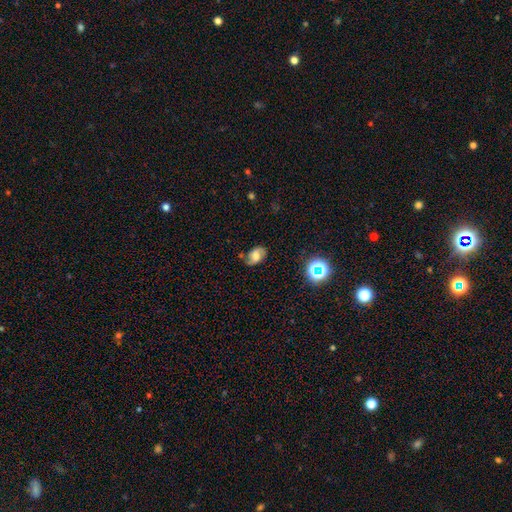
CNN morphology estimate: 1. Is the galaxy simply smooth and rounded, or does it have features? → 48% featured or disk, 39% smooth, 13% star or artifact.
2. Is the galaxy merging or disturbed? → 67% none, 23% minor disturbance, 7% major disturbance, 3% merger.